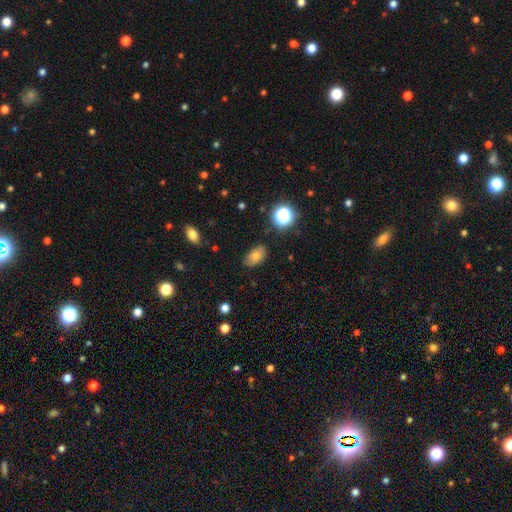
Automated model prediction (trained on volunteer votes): smooth_or_featured: smooth (p=0.73) [alt: featured or disk p=0.14]
how_rounded: in between (p=0.89) [alt: round p=0.09]
merging: none (p=0.79) [alt: minor disturbance p=0.16]